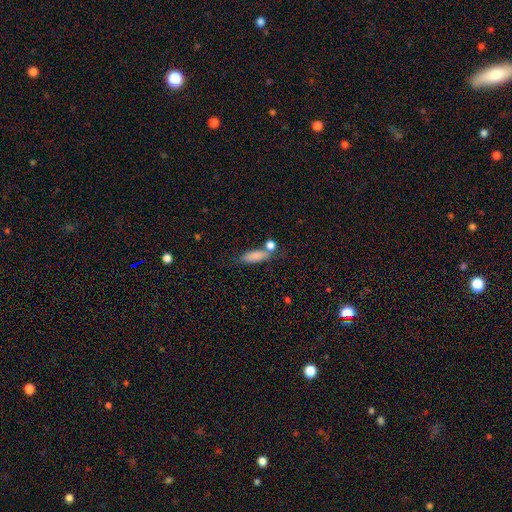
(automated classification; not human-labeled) smooth-or-featured: smooth: 81% | featured or disk: 10% | star or artifact: 8%
  how-rounded: in between: 57% | cigar-shaped: 38% | round: 4%
  merging: none: 54% | merger: 23% | minor disturbance: 17% | major disturbance: 6%